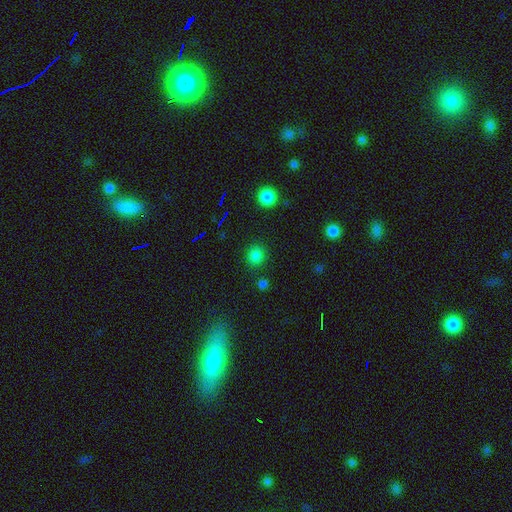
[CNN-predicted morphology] Smooth or featured? Predicted: smooth (p=0.78). How rounded? Predicted: round (p=0.88). Merging? Predicted: none (p=0.86).